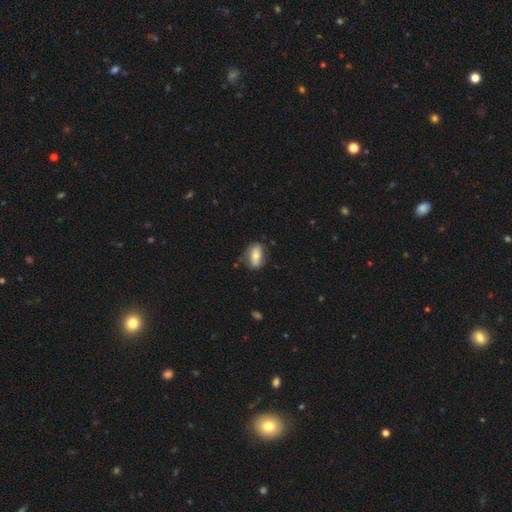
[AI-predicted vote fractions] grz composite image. It shows a smooth galaxy with no disk features (66%) that is in between round and cigar-shaped (86%). Merging: none (68%).